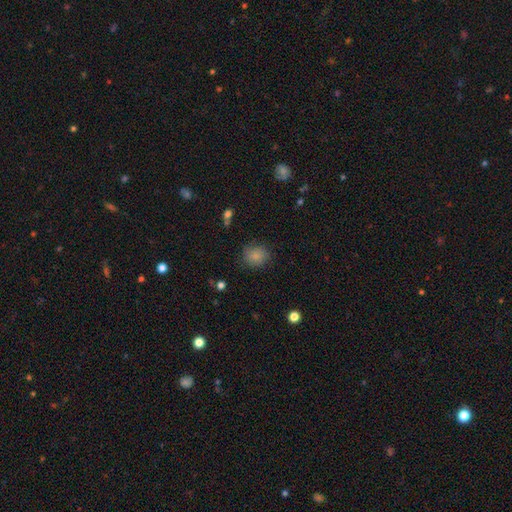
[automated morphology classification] smooth 84%, star or artifact 10%, featured or disk 6%. Down the decision tree: how rounded — round (75%); merging — none (83%).